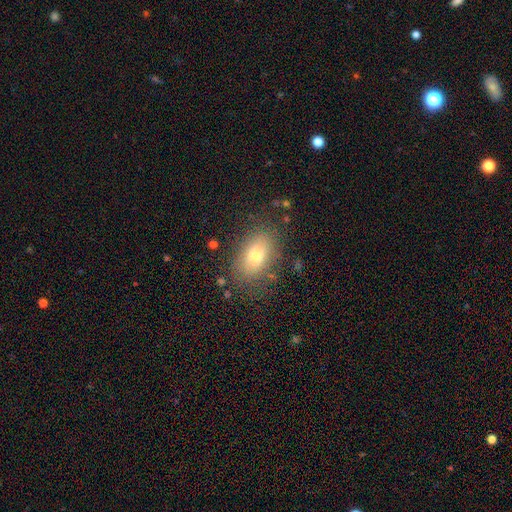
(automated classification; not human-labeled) A smooth galaxy with no disk features (72%) that is in between round and cigar-shaped (86%). Merging: none (79%).